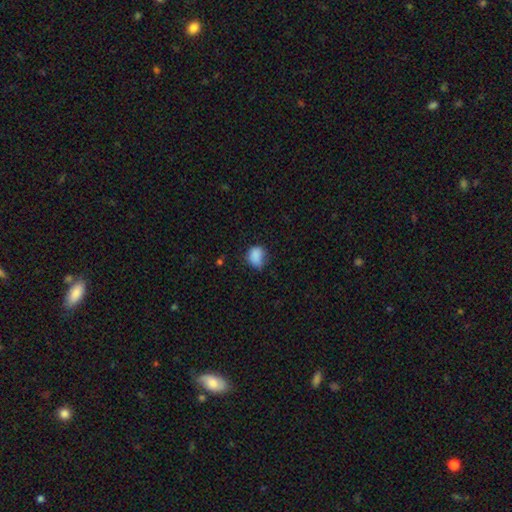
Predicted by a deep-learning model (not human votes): The model was most divided on "how rounded": round: 52%, in between: 47%, cigar-shaped: 1%. Remaining: smooth or featured — smooth (85%); merging — none (50%).